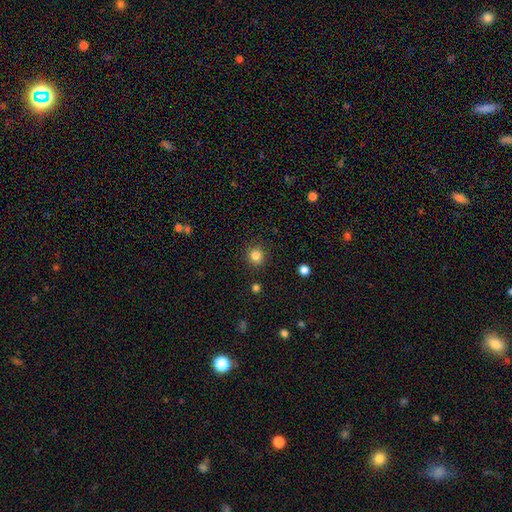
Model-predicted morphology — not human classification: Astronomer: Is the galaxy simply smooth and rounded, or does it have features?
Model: smooth — 84%.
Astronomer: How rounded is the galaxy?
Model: round — 93%.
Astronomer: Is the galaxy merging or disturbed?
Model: none — 91%.